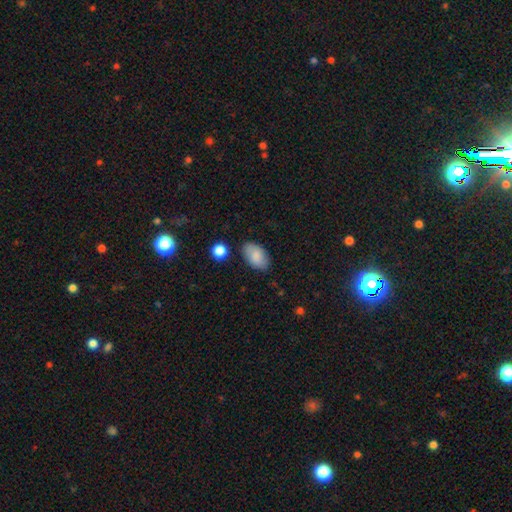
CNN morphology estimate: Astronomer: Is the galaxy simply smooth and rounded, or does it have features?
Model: smooth — 85%.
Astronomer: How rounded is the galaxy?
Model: in between — 93%.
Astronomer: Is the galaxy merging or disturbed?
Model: none — 81%.